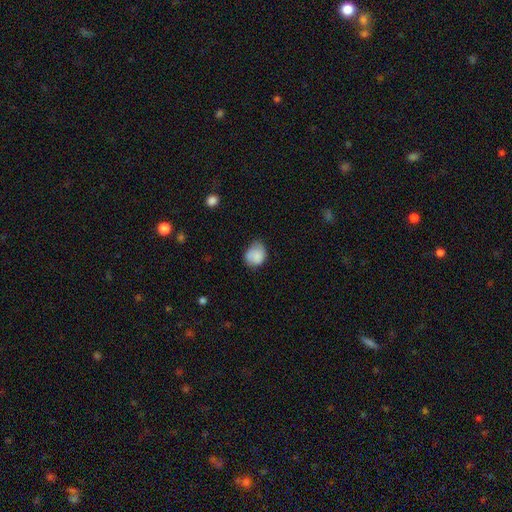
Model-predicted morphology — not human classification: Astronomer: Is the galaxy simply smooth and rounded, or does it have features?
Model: smooth — 80%.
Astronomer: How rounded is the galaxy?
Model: round — 54% (runner-up: in between, 45%).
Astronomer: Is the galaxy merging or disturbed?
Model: none — 54% (runner-up: minor disturbance, 35%).